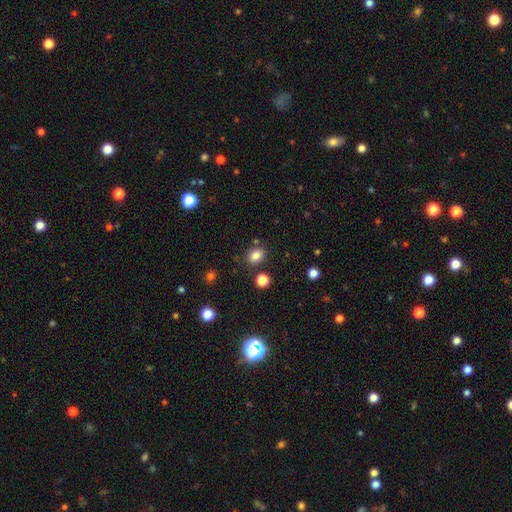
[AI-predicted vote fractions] Smooth or featured? Predicted: smooth (p=0.83). How rounded? Predicted: in between (p=0.59). Merging? Predicted: none (p=0.80).